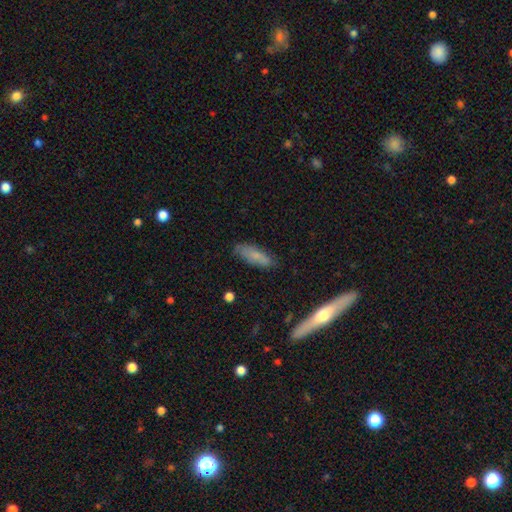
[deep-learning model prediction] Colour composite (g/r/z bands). It shows a smooth galaxy with no disk features (70%) that is in between round and cigar-shaped (51%). Merging: none (78%).